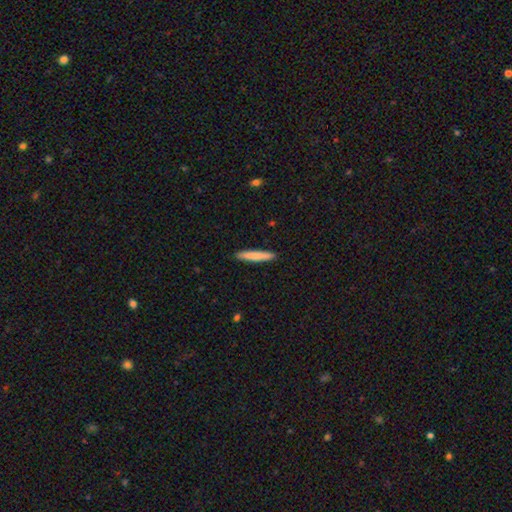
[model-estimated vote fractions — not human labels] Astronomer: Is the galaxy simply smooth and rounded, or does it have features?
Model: smooth — 79%.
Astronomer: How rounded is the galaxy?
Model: cigar-shaped — 93%.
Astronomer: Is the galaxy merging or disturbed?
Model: none — 91%.